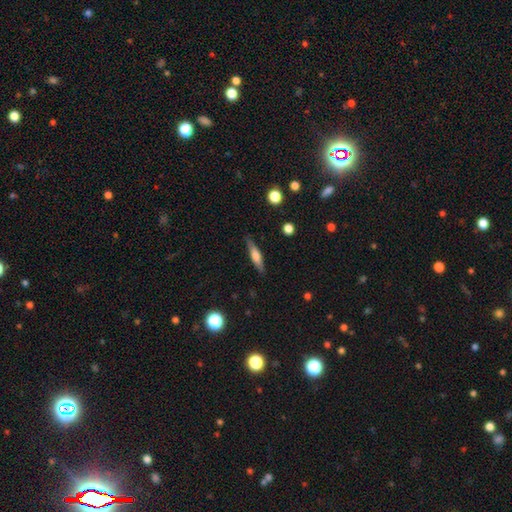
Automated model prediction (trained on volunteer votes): Morphology: type=smooth (53%); roundness=cigar-shaped (78%); merging=none (85%).